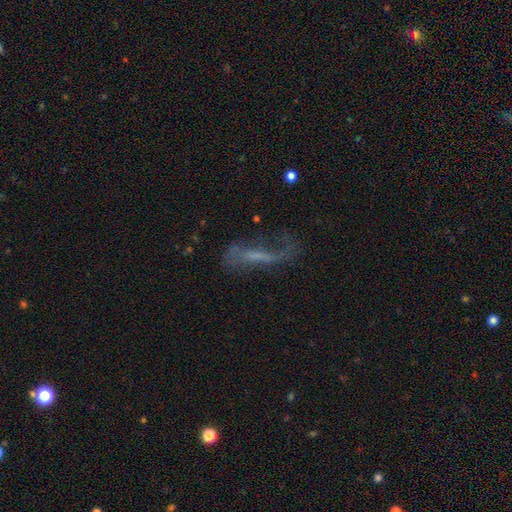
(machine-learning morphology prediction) Q: Smooth or featured?
A: featured or disk (64%); runner-up: smooth (24%)
Q: Edge-on disk?
A: no (79%); runner-up: yes (21%)
Q: Bar?
A: weak (36%); runner-up: no (32%)
Q: Spiral arms?
A: yes (73%); runner-up: no (27%)
Q: Bulge size?
A: none (47%); runner-up: small (31%)
Q: Merging?
A: none (45%); runner-up: major disturbance (30%)